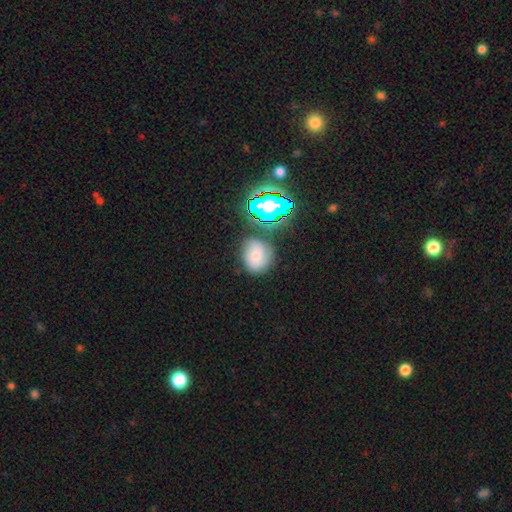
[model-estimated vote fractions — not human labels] smooth_or_featured: smooth (p=0.61) [alt: star or artifact p=0.21]
how_rounded: round (p=0.61) [alt: in between p=0.38]
merging: none (p=0.70) [alt: minor disturbance p=0.18]